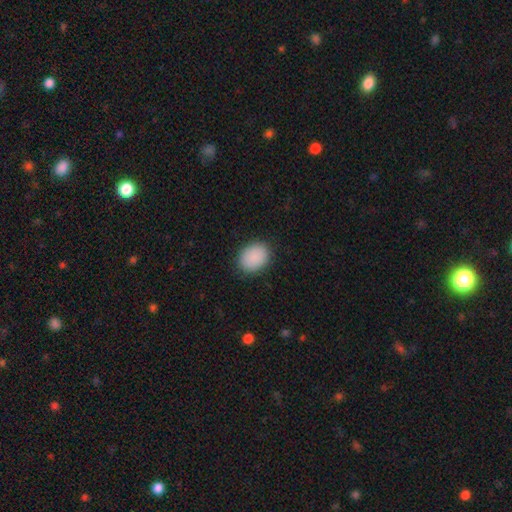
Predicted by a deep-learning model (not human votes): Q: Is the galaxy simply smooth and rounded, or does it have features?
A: smooth — 89%.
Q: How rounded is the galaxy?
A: in between — 59%.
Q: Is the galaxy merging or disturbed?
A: none — 88%.